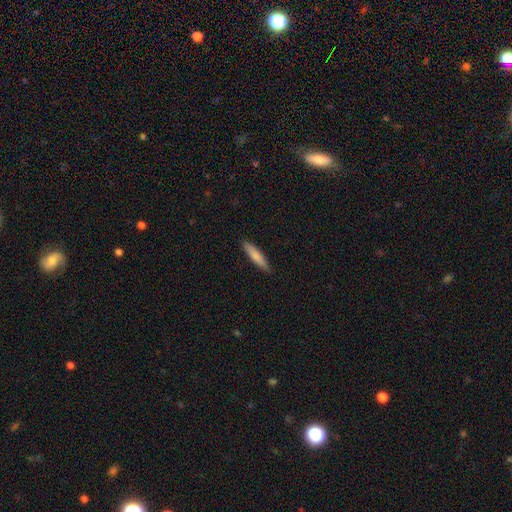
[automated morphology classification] smooth_or_featured: smooth (p=0.79) [alt: featured or disk p=0.15]
how_rounded: cigar-shaped (p=0.85) [alt: in between p=0.14]
merging: none (p=0.89) [alt: minor disturbance p=0.08]